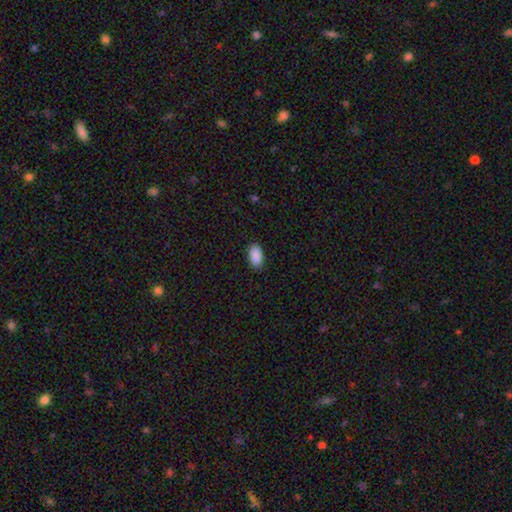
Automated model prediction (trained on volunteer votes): Smooth or featured?
  - smooth: 90% *
  - star or artifact: 7%
  - featured or disk: 3%
How rounded?
  - in between: 94% *
  - round: 4%
  - cigar-shaped: 2%
Merging?
  - none: 89% *
  - minor disturbance: 8%
  - major disturbance: 2%
  - merger: 1%